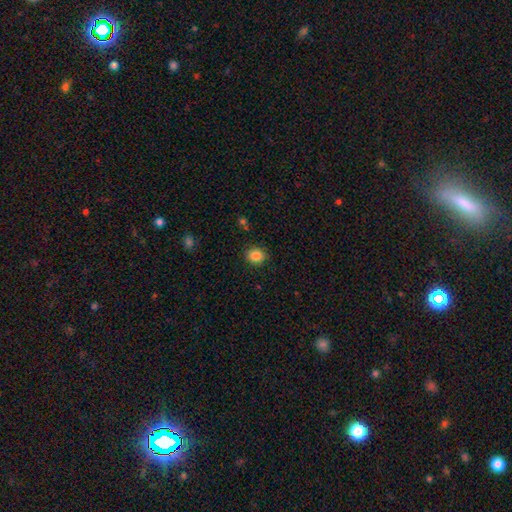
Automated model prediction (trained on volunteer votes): Smooth or featured?
  - smooth: 86% *
  - star or artifact: 10%
  - featured or disk: 4%
How rounded?
  - round: 76% *
  - in between: 23%
  - cigar-shaped: 1%
Merging?
  - none: 89% *
  - minor disturbance: 8%
  - major disturbance: 2%
  - merger: 1%